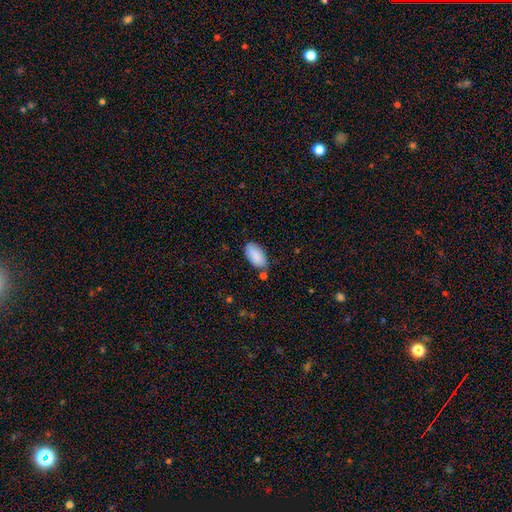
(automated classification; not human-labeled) Smooth or featured: smooth — 89% (star or artifact — 6%)
How rounded: in between — 95% (cigar-shaped — 3%)
Merging: none — 73% (minor disturbance — 17%)